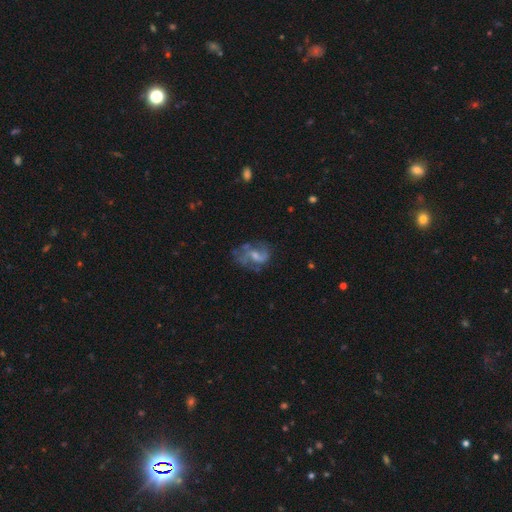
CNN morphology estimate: A featured or disk galaxy (73%) with a weak bar (49%), 2 (73%) loose (47%) spiral arms (85%) and a small central bulge (39%). Merging: none (53%).